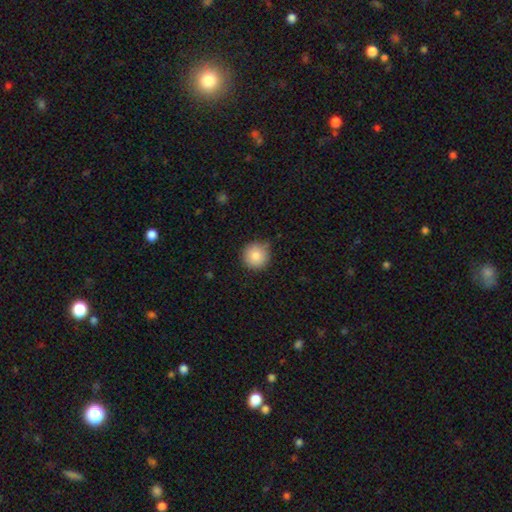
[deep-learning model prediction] A smooth galaxy with no disk features (85%) that is round (96%). Merging: none (80%).